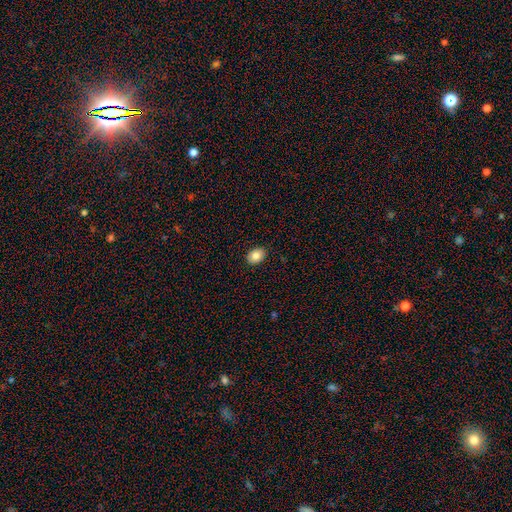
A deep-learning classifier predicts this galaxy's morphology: smooth_or_featured: smooth (p=0.84) [alt: star or artifact p=0.08]
how_rounded: in between (p=0.71) [alt: round p=0.28]
merging: none (p=0.90) [alt: minor disturbance p=0.07]